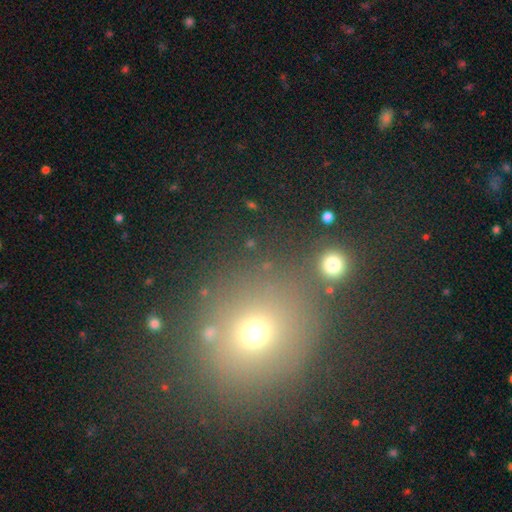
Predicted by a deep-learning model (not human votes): Smooth or featured: smooth — 59% (star or artifact — 31%)
How rounded: round — 81% (in between — 18%)
Merging: none — 80% (minor disturbance — 9%)